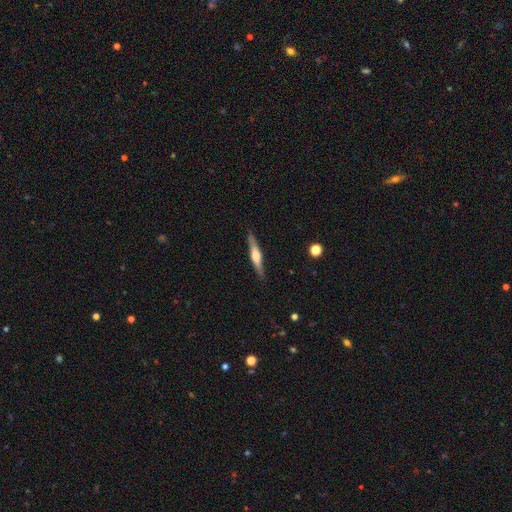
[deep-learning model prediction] Overall: featured or disk (65%; smooth 30%). Edge-on disk: yes (97%). Edge-on bulge: rounded (78%). Merging: none (89%).